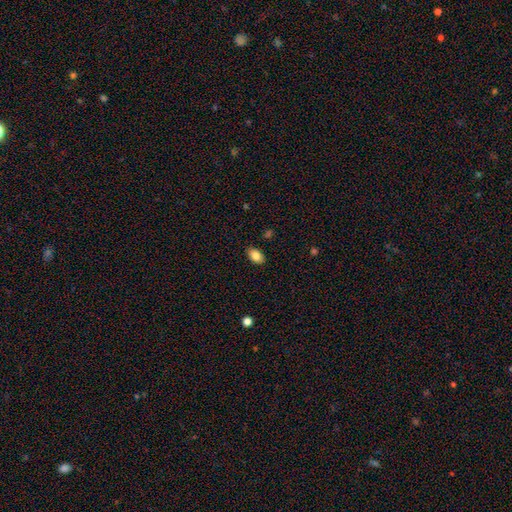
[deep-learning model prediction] smooth-or-featured: smooth: 84% | featured or disk: 8% | star or artifact: 8%
  how-rounded: in between: 90% | round: 9% | cigar-shaped: 2%
  merging: none: 87% | minor disturbance: 10% | major disturbance: 2% | merger: 1%